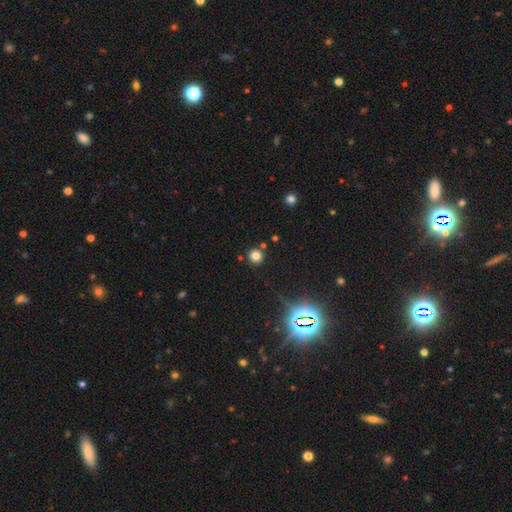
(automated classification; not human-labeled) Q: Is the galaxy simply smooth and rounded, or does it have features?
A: smooth — 77%.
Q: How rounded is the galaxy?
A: round — 94%.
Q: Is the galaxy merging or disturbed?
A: none — 85%.